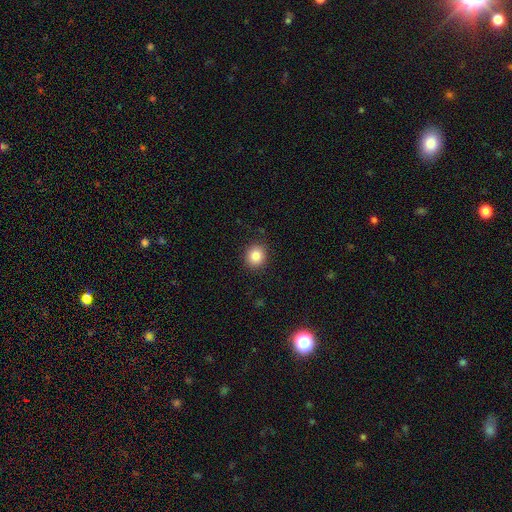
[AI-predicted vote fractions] Smooth or featured?
  - smooth: 85% *
  - star or artifact: 10%
  - featured or disk: 5%
How rounded?
  - round: 83% *
  - in between: 17%
  - cigar-shaped: 1%
Merging?
  - none: 89% *
  - minor disturbance: 7%
  - major disturbance: 2%
  - merger: 1%